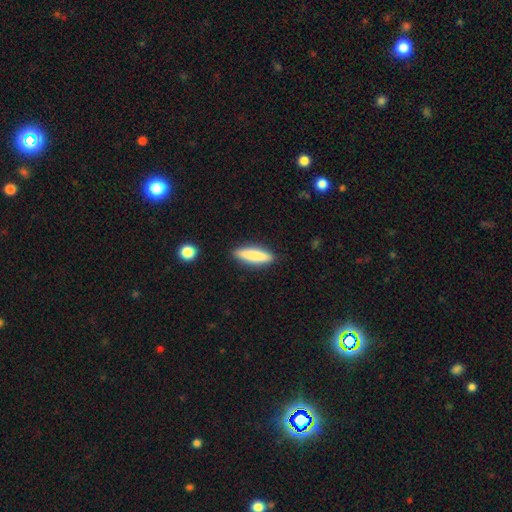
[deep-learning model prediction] smooth 77%, featured or disk 17%, star or artifact 6%. Down the decision tree: how rounded — cigar-shaped (77%); merging — none (88%).